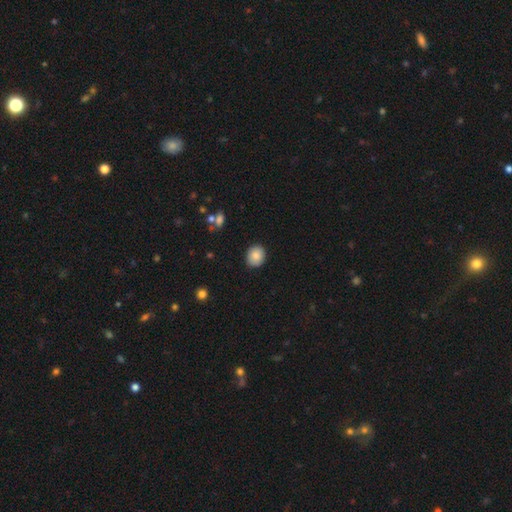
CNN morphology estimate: A smooth galaxy with no disk features (85%) that is round (61%). Merging: none (88%).